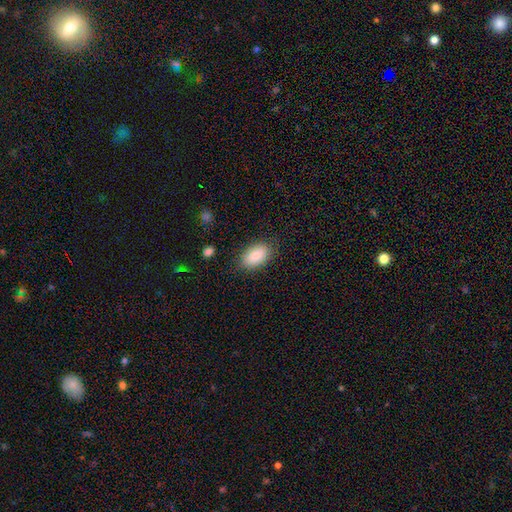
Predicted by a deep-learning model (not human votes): A smooth galaxy with no disk features (86%) that is in between round and cigar-shaped (93%). Merging: none (82%).